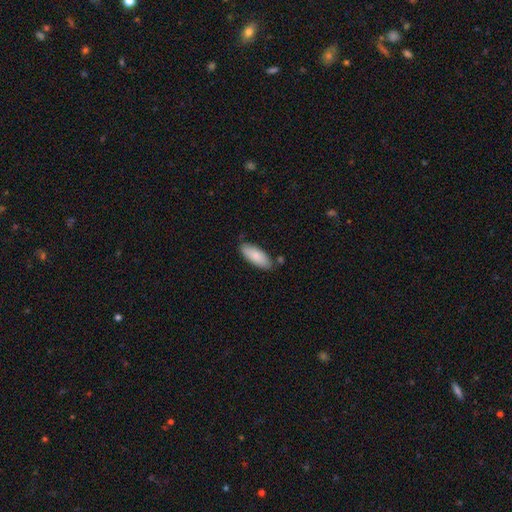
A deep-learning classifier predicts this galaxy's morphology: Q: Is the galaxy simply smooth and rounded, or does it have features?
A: smooth — 85%.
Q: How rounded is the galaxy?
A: in between — 75%.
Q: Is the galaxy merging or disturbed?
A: none — 79%.